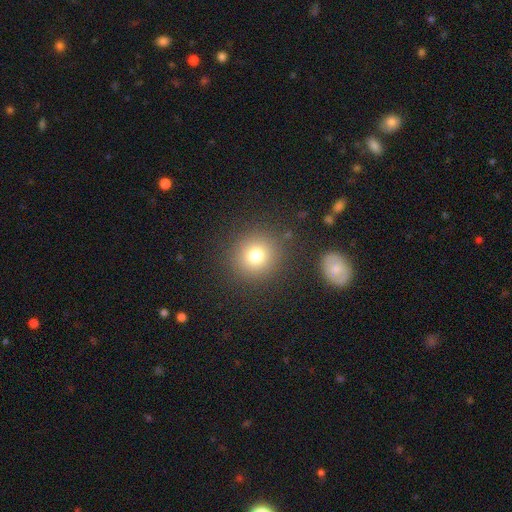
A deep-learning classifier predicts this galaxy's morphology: Smooth or featured? smooth (76%)
How rounded? round (93%)
Merging? none (88%)